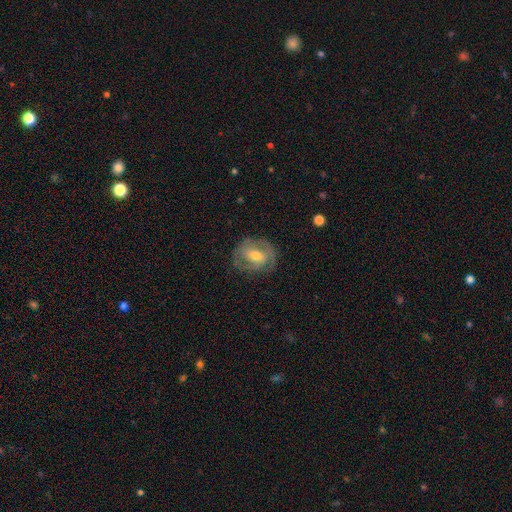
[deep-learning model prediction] A featured or disk galaxy (75%) with a weak bar (44%), 2 (64%) tight (53%) spiral arms (86%) and a moderate central bulge (59%). Merging: none (75%).